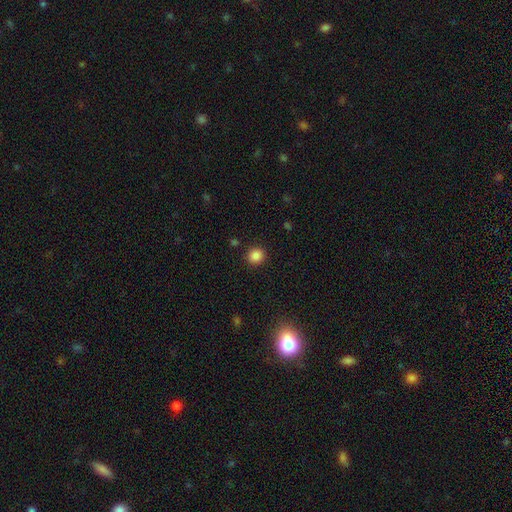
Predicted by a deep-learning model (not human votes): Morphology: type=smooth (85%); roundness=round (86%); merging=none (90%).